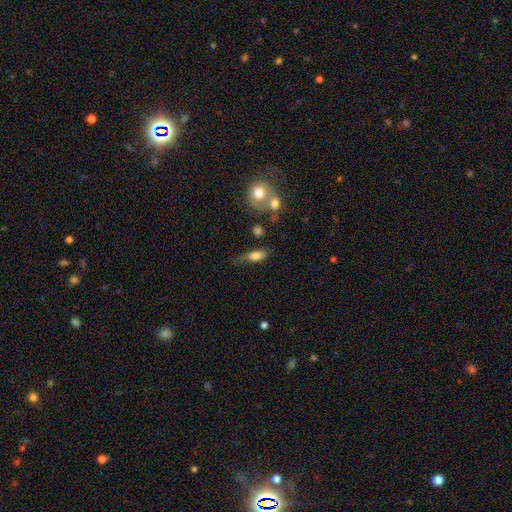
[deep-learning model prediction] A smooth galaxy with no disk features (76%) that is in between round and cigar-shaped (71%). Merging: none (51%).